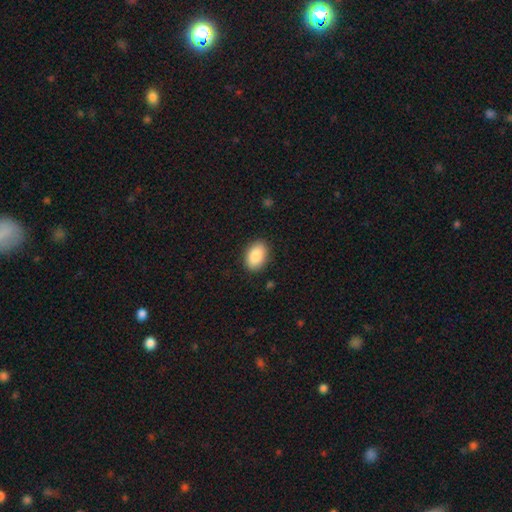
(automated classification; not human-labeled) The model was most divided on "merging": none: 88%, minor disturbance: 9%, major disturbance: 2%, merger: 1%. More confident: how rounded — in between (89%); smooth or featured — smooth (88%).